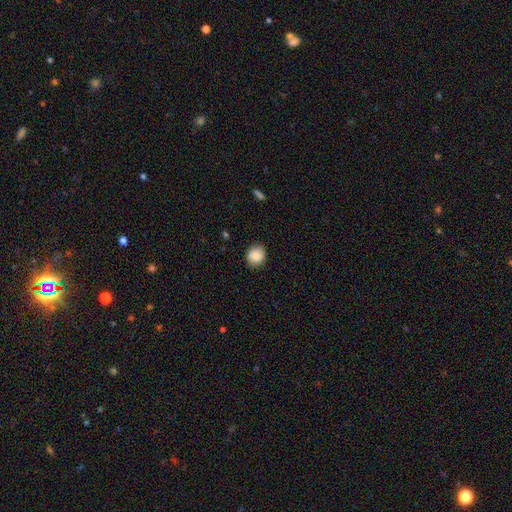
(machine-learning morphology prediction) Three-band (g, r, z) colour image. It shows a smooth galaxy with no disk features (87%) that is round (80%). Merging: none (85%).